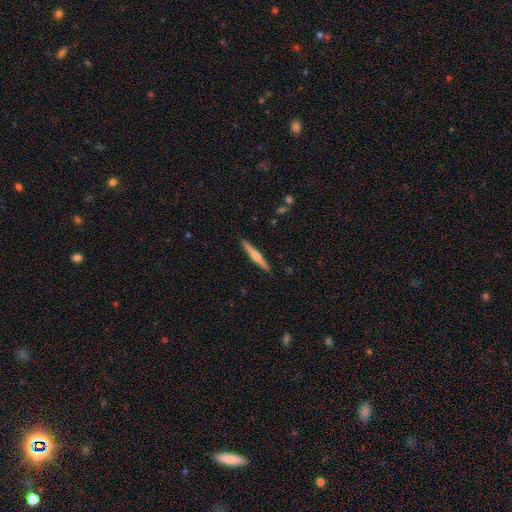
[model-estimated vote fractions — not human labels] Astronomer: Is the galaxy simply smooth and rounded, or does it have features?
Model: featured or disk — 49% (runner-up: smooth, 45%).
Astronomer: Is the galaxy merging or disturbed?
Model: none — 91%.